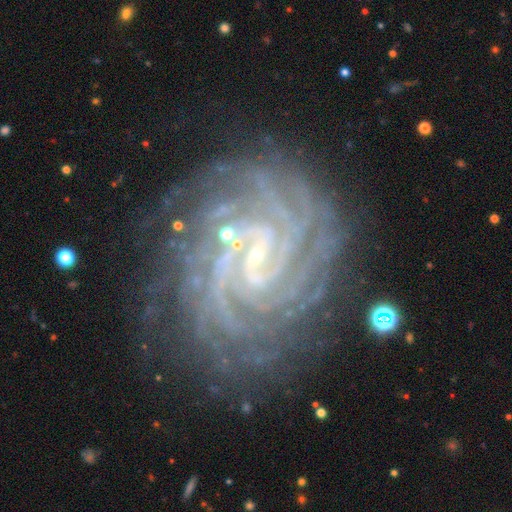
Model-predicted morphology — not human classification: This is clearly a featured or disk galaxy (91%). It is clearly not viewed edge-on (98%). Bar: marginally weak (42%). Spiral arm pattern: clearly yes (99%). Spiral arm count: marginally more than 4 (36%). Spiral winding: clearly tight (84%). Central bulge: clearly small (82%). Merging: likely none (79%).